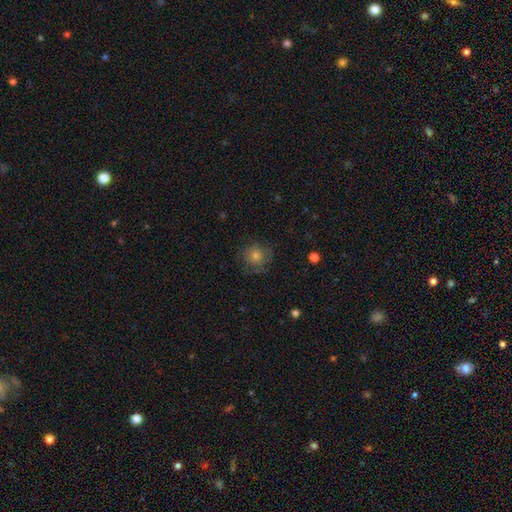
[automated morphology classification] smooth 60%, featured or disk 24%, star or artifact 16%. Down the decision tree: how rounded — round (91%); merging — none (74%).